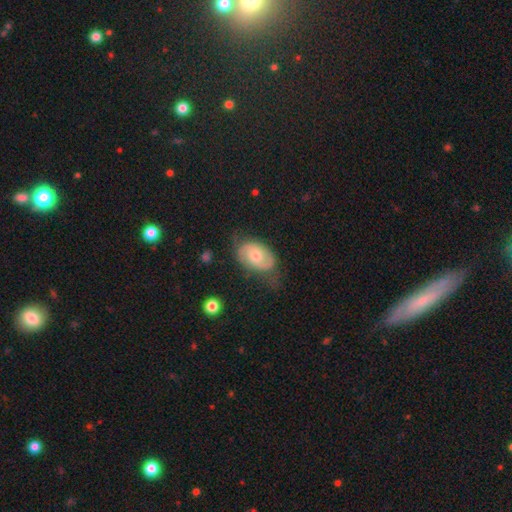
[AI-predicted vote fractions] Smooth or featured: featured or disk — 55% (smooth — 38%)
Edge-on disk: no — 95% (yes — 5%)
Bar: no — 71% (weak — 24%)
Spiral arms: yes — 76% (no — 24%)
Bulge size: moderate — 63% (small — 31%)
Merging: none — 58% (minor disturbance — 28%)